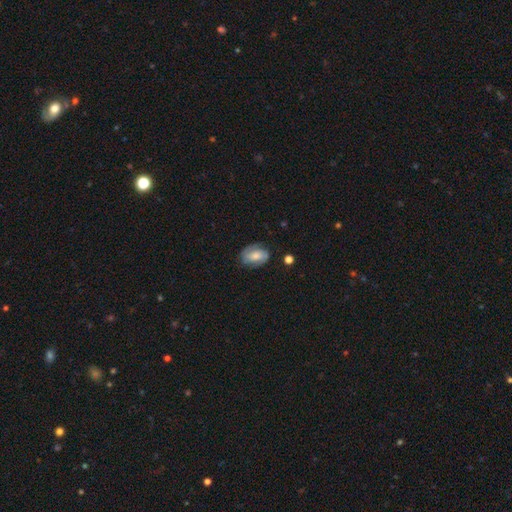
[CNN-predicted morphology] Smooth or featured? Predicted: smooth (p=0.47). Merging? Predicted: none (p=0.73).